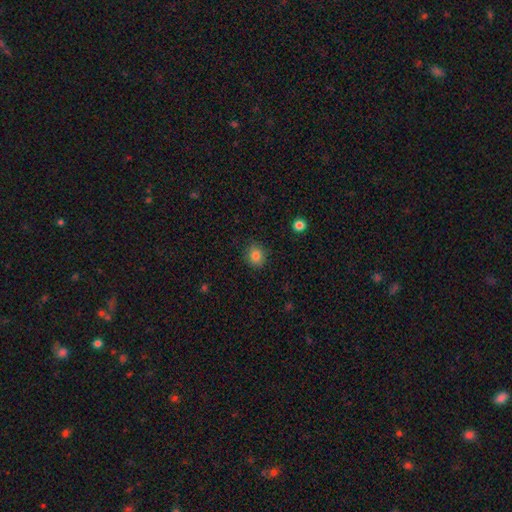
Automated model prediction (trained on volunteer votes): A smooth galaxy with no disk features (84%) that is round (82%). Merging: none (89%).